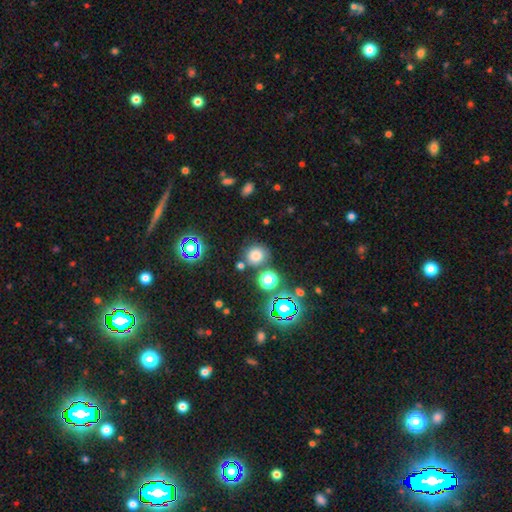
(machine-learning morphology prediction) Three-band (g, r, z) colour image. It shows a smooth galaxy with no disk features (71%) that is round (87%). Merging: none (76%).